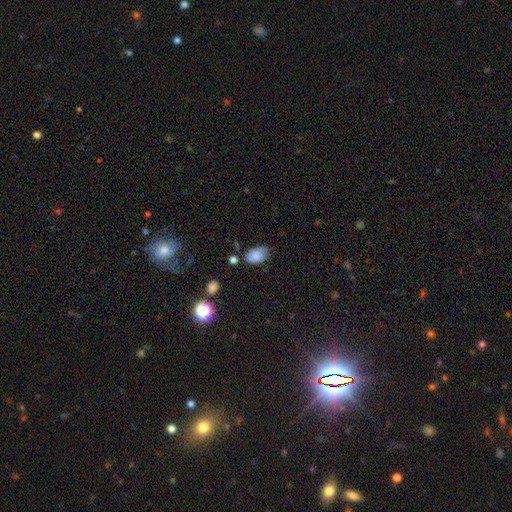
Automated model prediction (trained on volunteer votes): Smooth or featured? smooth (84%)
How rounded? in between (91%)
Merging? none (67%)